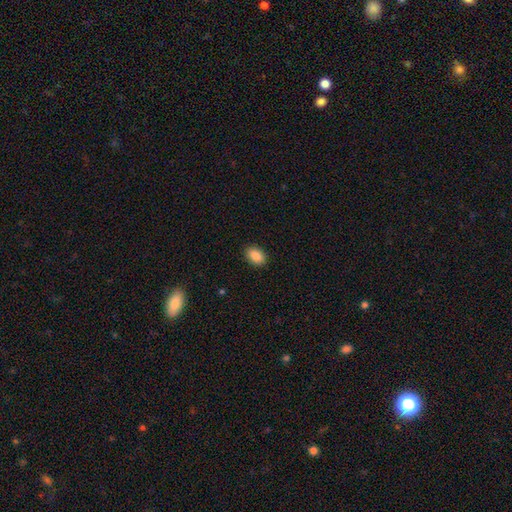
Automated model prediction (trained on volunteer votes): A smooth galaxy with no disk features (88%) that is in between round and cigar-shaped (85%). Merging: none (90%).